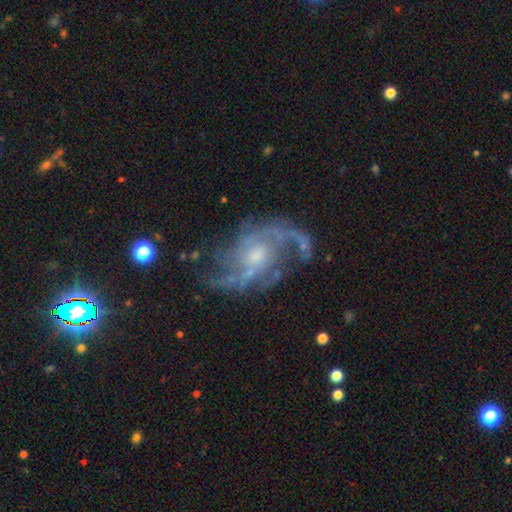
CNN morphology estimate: A featured or disk galaxy (89%) with no bar (59%), 2 (64%) medium (47%) spiral arms (96%) and a moderate central bulge (50%).

Vote fractions:
- Smooth or featured? featured or disk: 89% / star or artifact: 6% / smooth: 5%
- Edge-on disk? no: 97% / yes: 3%
- Bar? no: 59% / weak: 35% / strong: 7%
- Spiral arms? yes: 96% / no: 4%
- Spiral winding? medium: 47% / loose: 36% / tight: 16%
- Spiral arm count? 2: 64% / can't tell: 11% / 3: 11% / 4: 5% / 1: 5% / more than 4: 4%
- Bulge size? moderate: 50% / small: 38% / none: 6% / large: 5% / dominant: 1%
- Merging? none: 64% / minor disturbance: 18% / major disturbance: 15% / merger: 3%